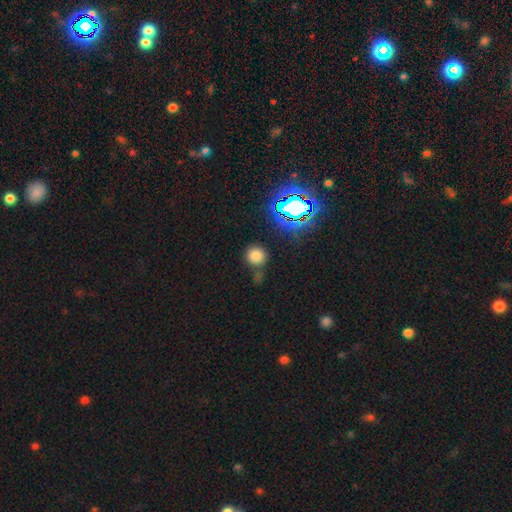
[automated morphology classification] A smooth galaxy with no disk features (72%) that is round (90%). Merging: none (71%).